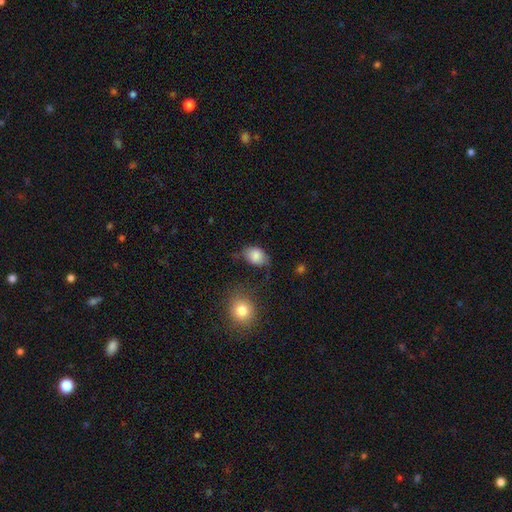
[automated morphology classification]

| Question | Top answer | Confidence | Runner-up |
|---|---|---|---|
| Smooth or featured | smooth | 84% | star or artifact (8%) |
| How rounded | in between | 72% | round (27%) |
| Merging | none | 50% | minor disturbance (32%) |